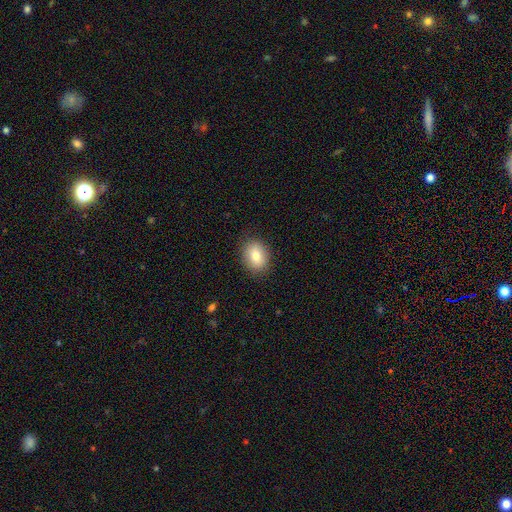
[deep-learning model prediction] smooth-or-featured: smooth: 78% | featured or disk: 13% | star or artifact: 9%
  how-rounded: in between: 56% | round: 43% | cigar-shaped: 1%
  merging: none: 87% | minor disturbance: 9% | major disturbance: 3% | merger: 1%